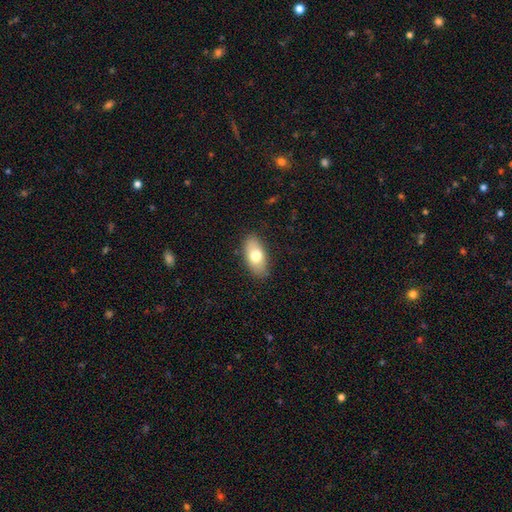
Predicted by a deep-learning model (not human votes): Q: Smooth or featured?
A: smooth (73%); runner-up: featured or disk (21%)
Q: How rounded?
A: in between (91%); runner-up: cigar-shaped (5%)
Q: Merging?
A: none (85%); runner-up: minor disturbance (11%)